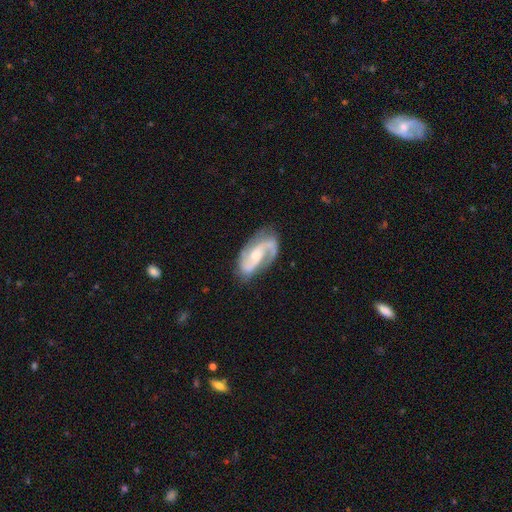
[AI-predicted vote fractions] Morphology: type=featured or disk (89%); edge-on=no (97%); bar=no (43%); spiral arms=yes (97%); winding=medium (54%); arm count=2 (88%); bulge=moderate (51%); merging=none (70%).